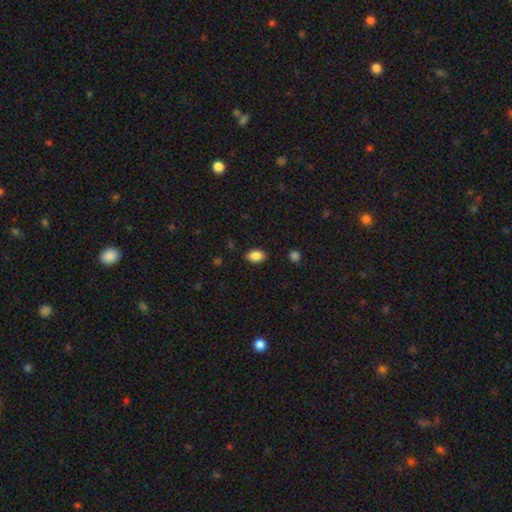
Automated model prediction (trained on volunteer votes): Smooth or featured?
  - smooth: 87% *
  - star or artifact: 9%
  - featured or disk: 4%
How rounded?
  - in between: 82% *
  - round: 16%
  - cigar-shaped: 1%
Merging?
  - none: 84% *
  - minor disturbance: 12%
  - major disturbance: 2%
  - merger: 1%